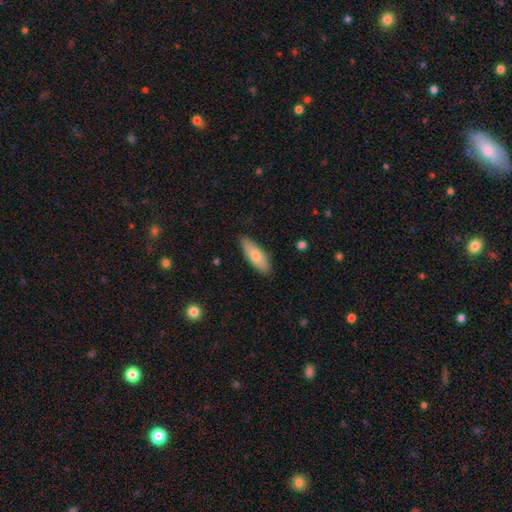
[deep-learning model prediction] This appears to be a smooth galaxy with no disk features (74%) that is in between round and cigar-shaped (66%). Merging: none (85%).